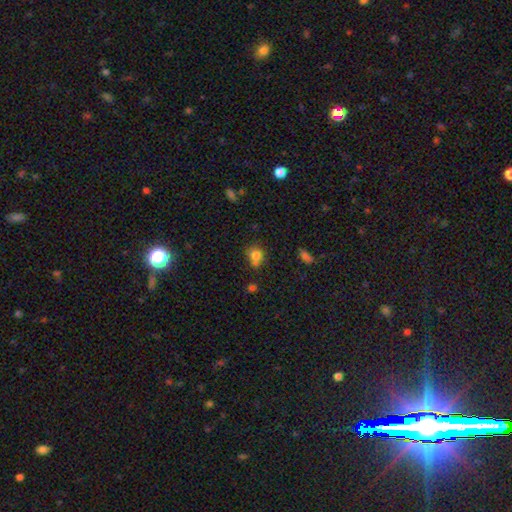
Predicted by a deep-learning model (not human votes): Smooth or featured: smooth — 76% (star or artifact — 13%)
How rounded: round — 61% (in between — 38%)
Merging: none — 46% (merger — 25%)